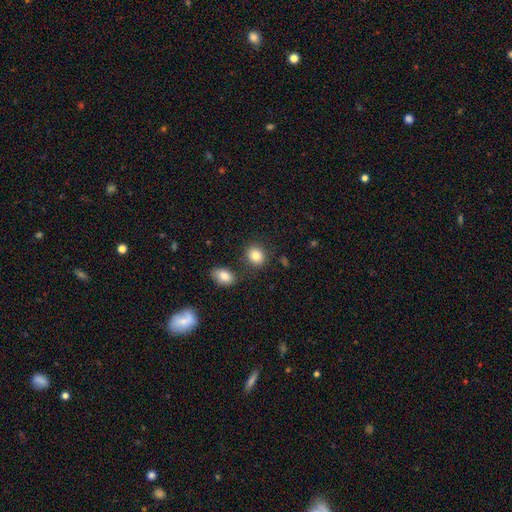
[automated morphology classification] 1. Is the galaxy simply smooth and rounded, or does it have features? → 83% smooth, 9% star or artifact, 7% featured or disk.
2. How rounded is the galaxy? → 63% round, 36% in between, 1% cigar-shaped.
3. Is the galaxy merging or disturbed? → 78% none, 10% minor disturbance, 9% merger, 3% major disturbance.